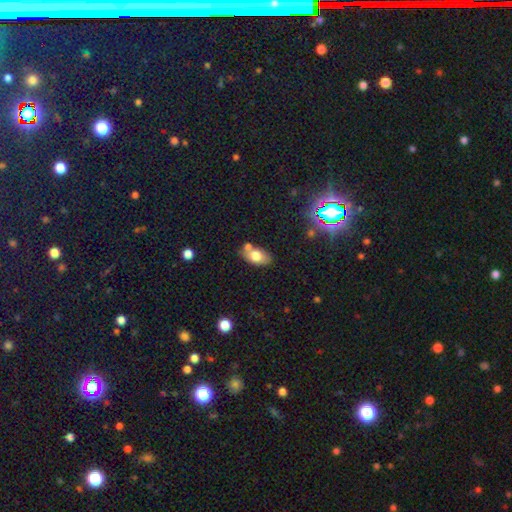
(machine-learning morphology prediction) smooth_or_featured: smooth (p=0.74) [alt: featured or disk p=0.17]
how_rounded: in between (p=0.88) [alt: round p=0.09]
merging: none (p=0.63) [alt: merger p=0.18]